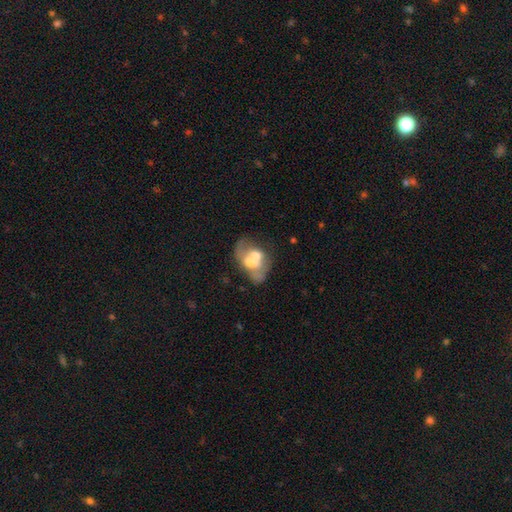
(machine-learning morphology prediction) smooth-or-featured: featured or disk: 51% | smooth: 40% | star or artifact: 9%
  disk-edge-on: no: 96% | yes: 4%
  merging: merger: 61% | none: 18% | major disturbance: 12% | minor disturbance: 10%